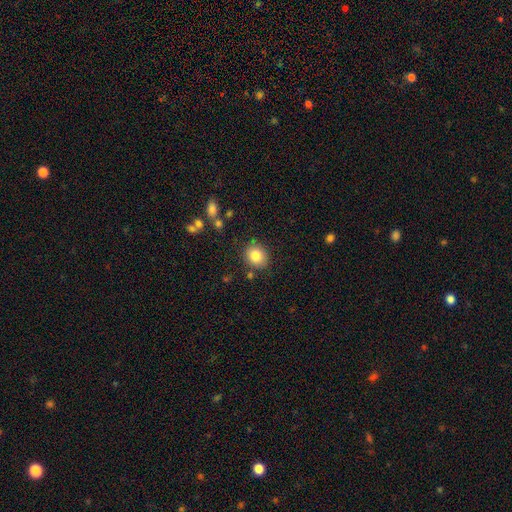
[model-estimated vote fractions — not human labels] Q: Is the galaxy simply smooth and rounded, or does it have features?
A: smooth — 83%.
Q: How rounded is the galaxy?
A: round — 70%.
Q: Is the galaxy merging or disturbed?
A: none — 84%.